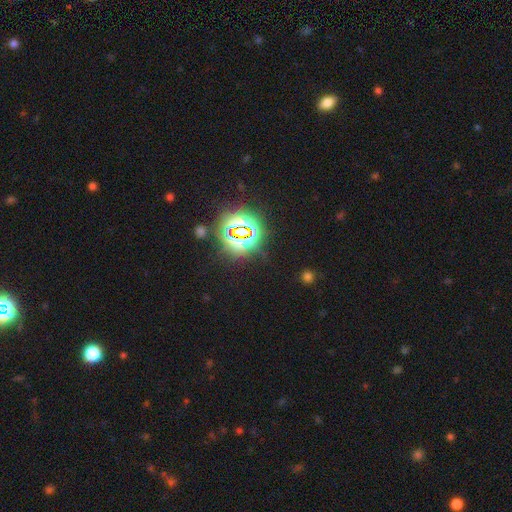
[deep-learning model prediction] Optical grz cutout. It shows a star or artifact, not a galaxy (78%).